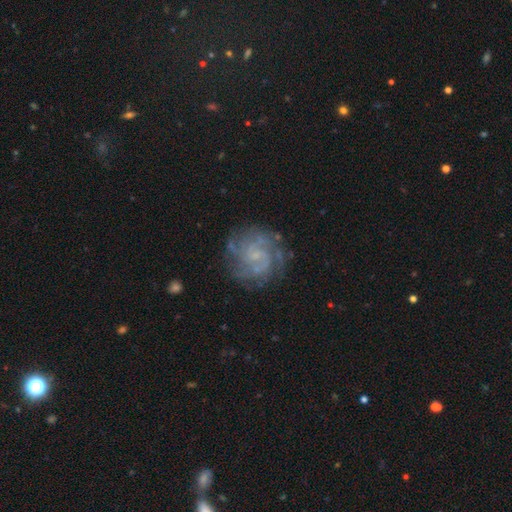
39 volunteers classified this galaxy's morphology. Smooth or featured?
  - featured or disk: 97% *
  - star or artifact: 3%
  - smooth: 0%
Edge-on disk?
  - no: 97% *
  - yes: 3%
Bar?
  - no: 62% *
  - weak: 32%
  - strong: 5%
Spiral arms?
  - yes: 97% *
  - no: 3%
Spiral winding?
  - tight: 53% *
  - medium: 36%
  - loose: 11%
Spiral arm count?
  - 2: 36% *
  - 3: 31%
  - can't tell: 17%
  - 4: 11%
  - more than 4: 6%
  - 1: 0%
Bulge size?
  - small: 73% *
  - none: 19%
  - moderate: 8%
  - dominant: 0%
  - large: 0%
Merging?
  - none: 71% *
  - minor disturbance: 18%
  - major disturbance: 8%
  - merger: 3%